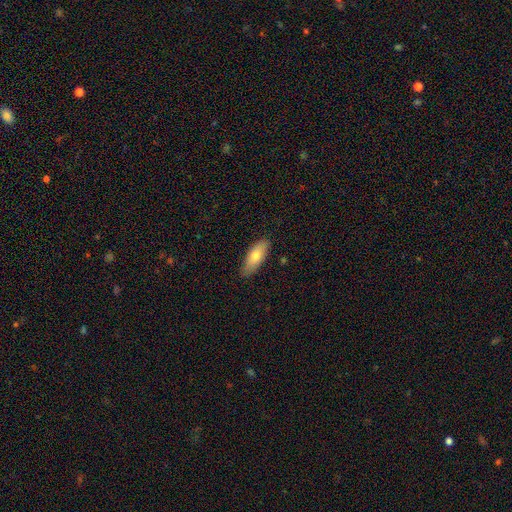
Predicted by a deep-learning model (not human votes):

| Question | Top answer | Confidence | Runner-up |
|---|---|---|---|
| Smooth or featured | smooth | 73% | featured or disk (21%) |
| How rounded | in between | 71% | cigar-shaped (26%) |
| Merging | none | 84% | minor disturbance (13%) |